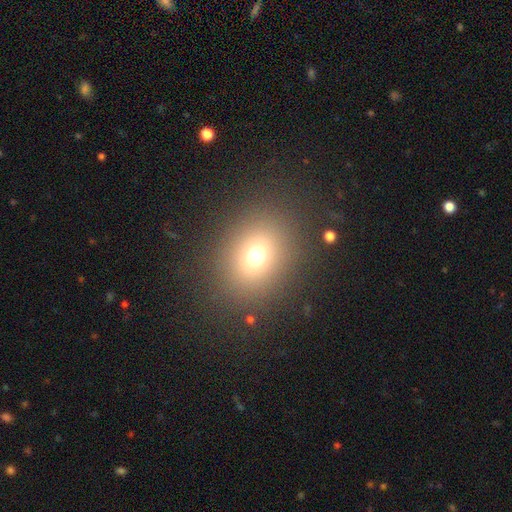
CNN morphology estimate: The model was most divided on "how rounded": round: 60%, in between: 39%, cigar-shaped: 1%. More confident: merging — none (85%); smooth or featured — smooth (69%).